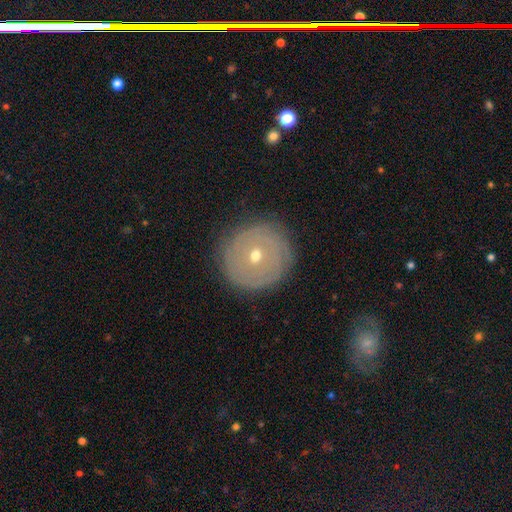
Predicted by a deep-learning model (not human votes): featured or disk 59%, smooth 32%, star or artifact 10%. Down the decision tree: edge-on disk — no (95%); bar — no (84%); spiral arms — yes (59%); bulge size — small (55%); merging — none (85%).